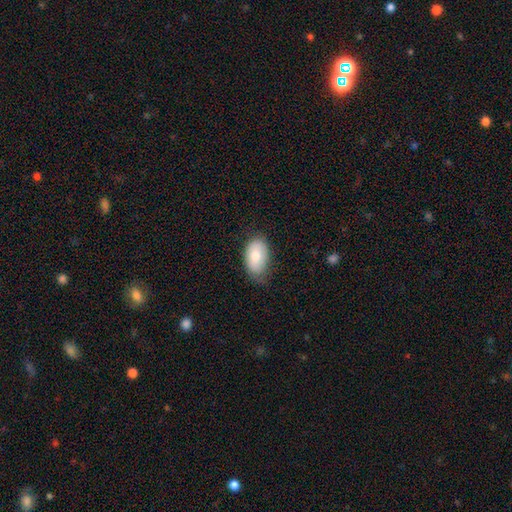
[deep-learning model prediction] Morphology: type=smooth (76%); roundness=in between (93%); merging=none (61%).